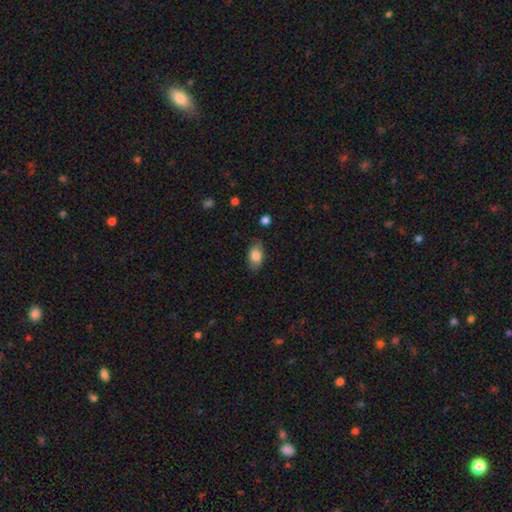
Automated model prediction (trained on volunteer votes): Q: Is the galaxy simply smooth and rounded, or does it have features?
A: smooth — 80%.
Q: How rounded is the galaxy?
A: in between — 90%.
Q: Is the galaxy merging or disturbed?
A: none — 79%.